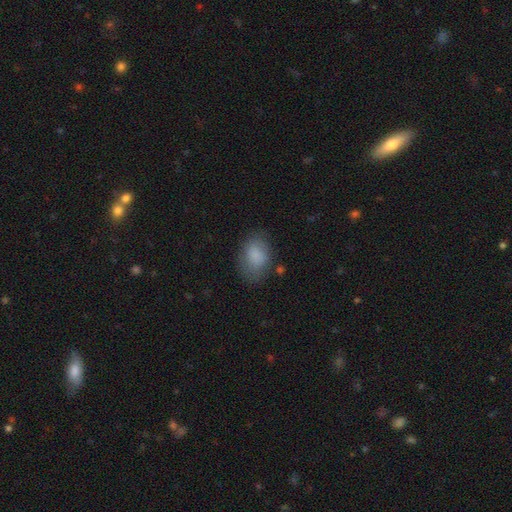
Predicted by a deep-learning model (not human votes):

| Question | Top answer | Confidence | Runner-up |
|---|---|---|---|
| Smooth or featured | smooth | 84% | featured or disk (8%) |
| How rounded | in between | 80% | round (19%) |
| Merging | none | 66% | minor disturbance (23%) |